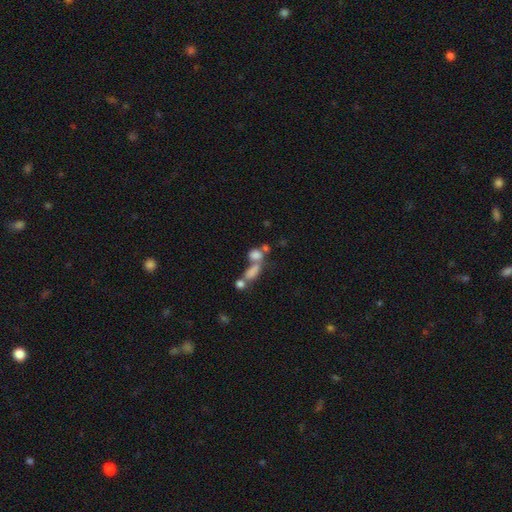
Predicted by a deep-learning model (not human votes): Smooth or featured?
  - smooth: 70% *
  - featured or disk: 17%
  - star or artifact: 13%
How rounded?
  - in between: 62% *
  - round: 29%
  - cigar-shaped: 9%
Merging?
  - merger: 57% *
  - none: 26%
  - major disturbance: 9%
  - minor disturbance: 8%